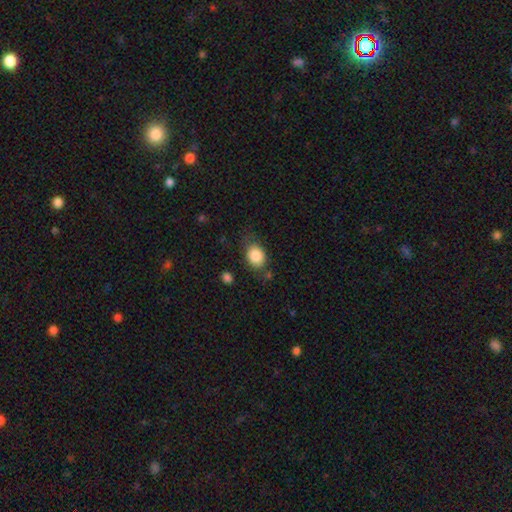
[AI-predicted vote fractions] smooth-or-featured: smooth: 84% | featured or disk: 8% | star or artifact: 8%
  how-rounded: in between: 61% | round: 38% | cigar-shaped: 1%
  merging: none: 69% | minor disturbance: 20% | major disturbance: 7% | merger: 4%